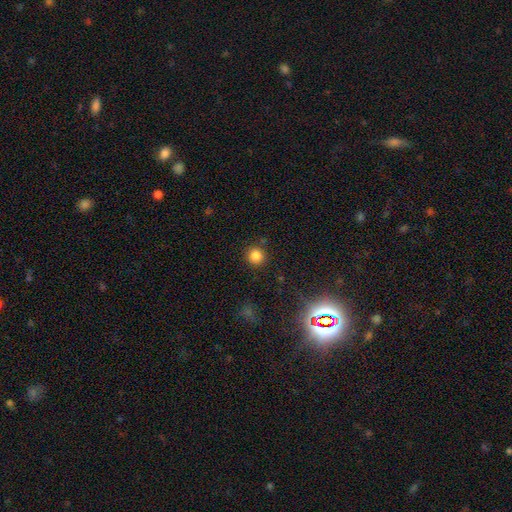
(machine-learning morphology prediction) smooth 82%, star or artifact 14%, featured or disk 4%. Down the decision tree: how rounded — round (93%); merging — none (87%).